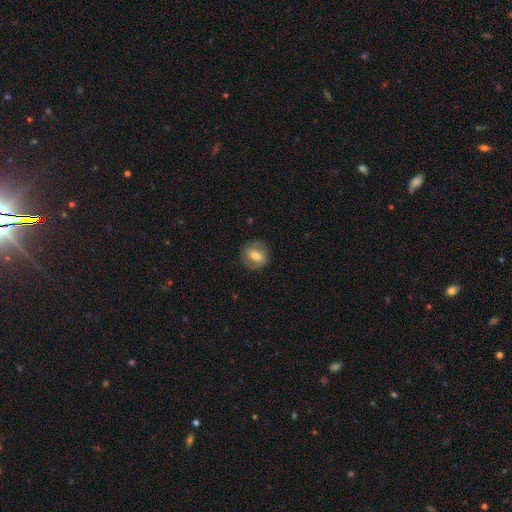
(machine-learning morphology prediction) A smooth galaxy with no disk features (47%). Merging: none (82%).